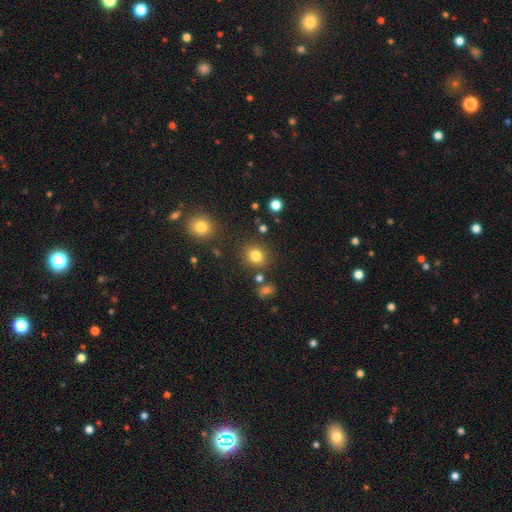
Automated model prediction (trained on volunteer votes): Overall: smooth (81%). How rounded: round (81%). Merging: none (84%).